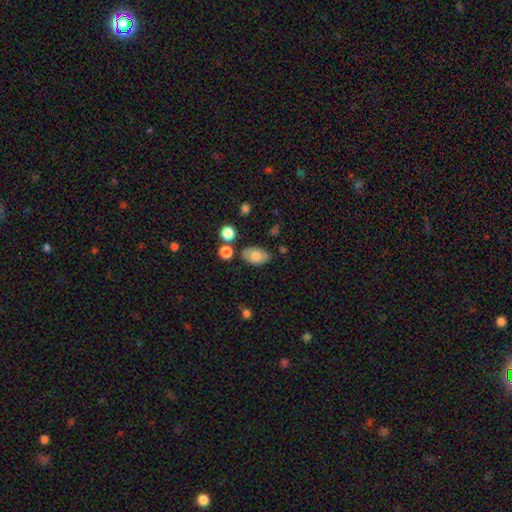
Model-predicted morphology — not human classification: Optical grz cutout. It shows a smooth galaxy with no disk features (76%) that is in between round and cigar-shaped (90%). Merging: none (76%).